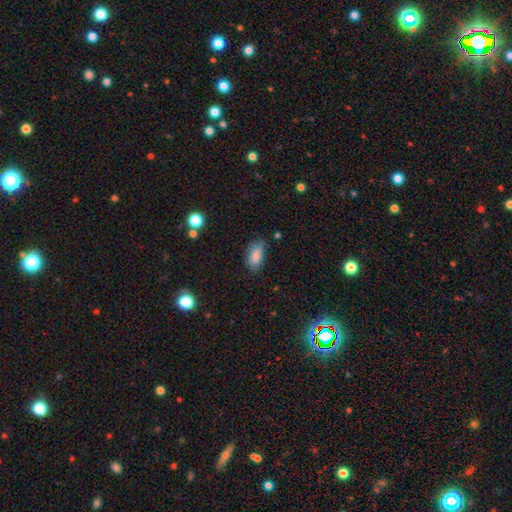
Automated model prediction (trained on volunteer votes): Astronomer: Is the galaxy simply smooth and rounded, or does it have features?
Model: smooth — 85%.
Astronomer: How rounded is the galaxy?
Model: in between — 91%.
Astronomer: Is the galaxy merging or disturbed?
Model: none — 74%.